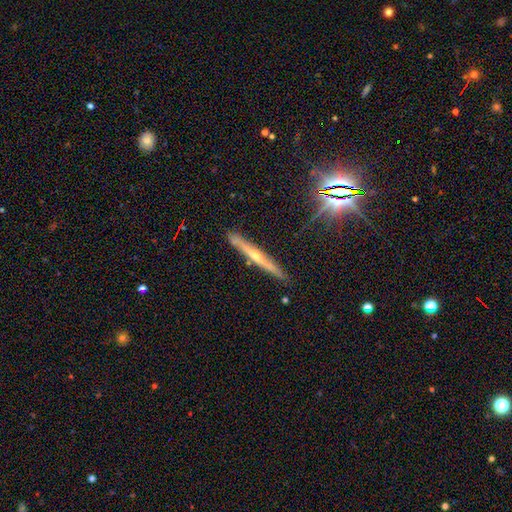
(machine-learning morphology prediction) This appears to be a featured or disk galaxy (68%) viewed edge-on (96%) with a rounded central bulge (76%). Merging: none (88%).